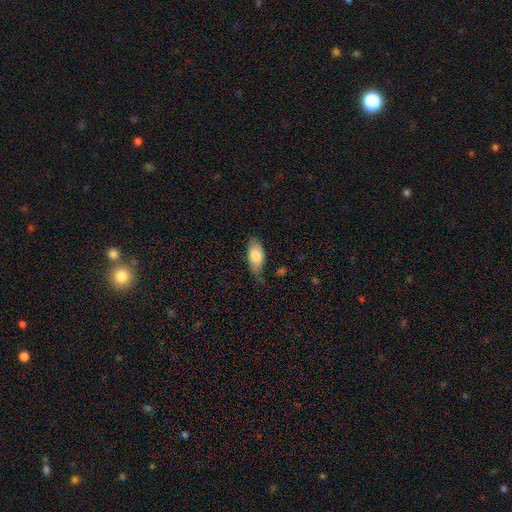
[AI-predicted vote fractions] The model was most divided on "merging": none: 57%, minor disturbance: 32%, major disturbance: 9%, merger: 2%. More confident: how rounded — in between (88%); smooth or featured — smooth (75%).